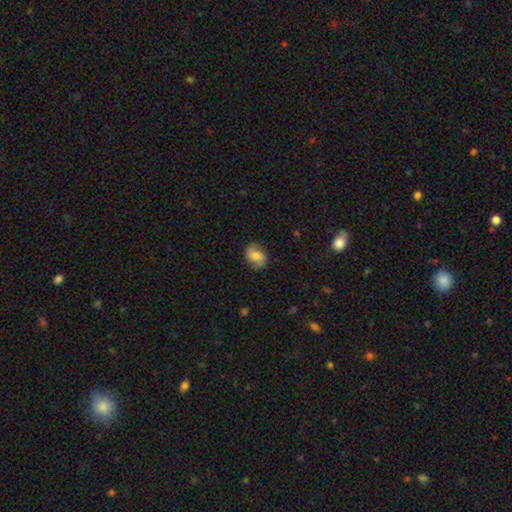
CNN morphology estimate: smooth-or-featured: smooth: 60% | featured or disk: 31% | star or artifact: 9%
  how-rounded: in between: 62% | round: 37% | cigar-shaped: 1%
  merging: none: 80% | minor disturbance: 15% | major disturbance: 4% | merger: 1%